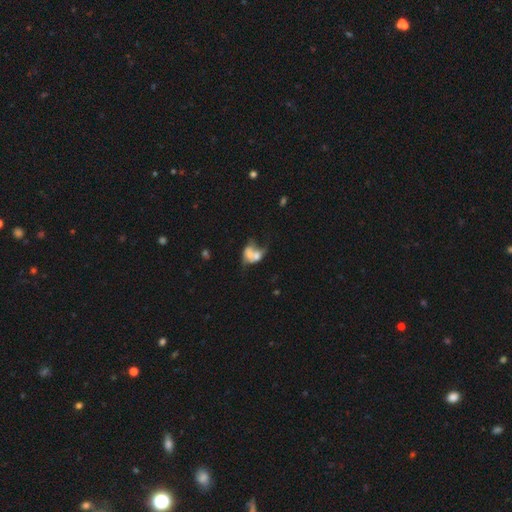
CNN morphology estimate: smooth_or_featured: smooth (p=0.52) [alt: featured or disk p=0.36]
how_rounded: in between (p=0.70) [alt: round p=0.28]
merging: merger (p=0.58) [alt: major disturbance p=0.18]